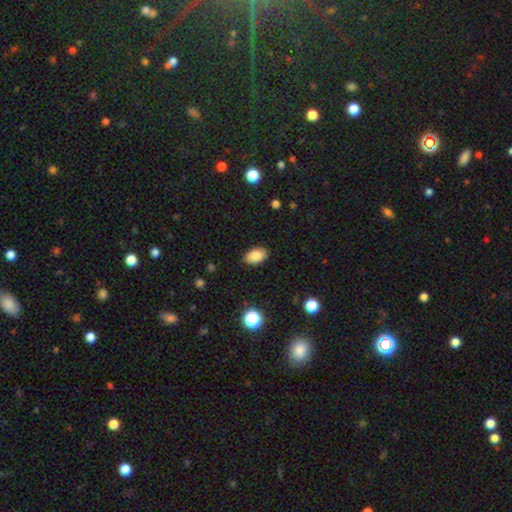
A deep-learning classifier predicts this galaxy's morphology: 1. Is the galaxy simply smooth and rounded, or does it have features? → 86% smooth, 9% star or artifact, 5% featured or disk.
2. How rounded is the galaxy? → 91% in between, 7% round, 1% cigar-shaped.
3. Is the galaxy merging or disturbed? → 88% none, 9% minor disturbance, 2% major disturbance, 1% merger.